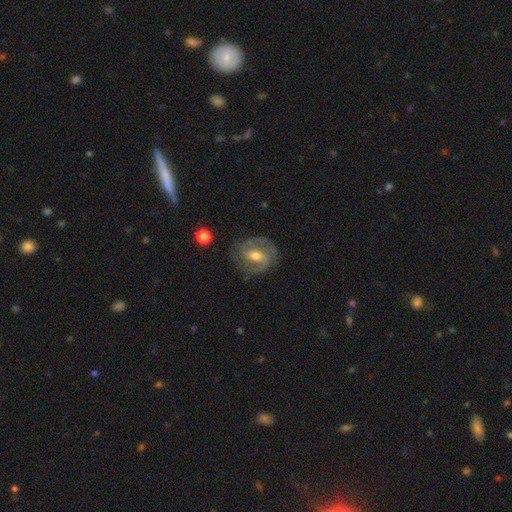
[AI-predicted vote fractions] The model was most divided on "spiral winding": medium: 48%, tight: 41%, loose: 11%. Remaining: edge-on disk — no (97%); spiral arms — yes (96%); smooth or featured — featured or disk (86%); spiral arm count — 2 (82%); merging — none (80%); bulge size — moderate (65%); bar — weak (45%).